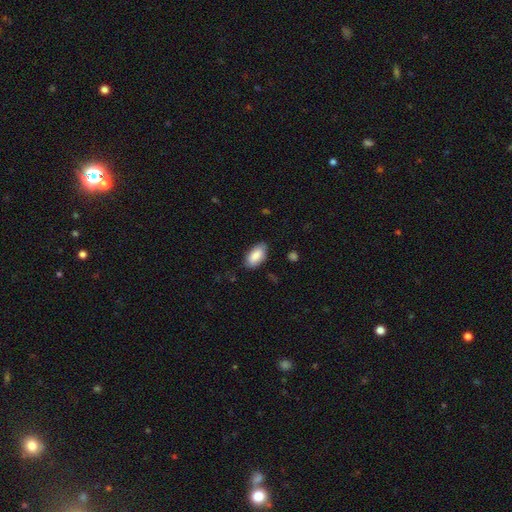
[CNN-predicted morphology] A smooth galaxy with no disk features (88%) that is in between round and cigar-shaped (94%).

Vote fractions:
- Smooth or featured? smooth: 88% / featured or disk: 6% / star or artifact: 6%
- How rounded? in between: 94% / cigar-shaped: 4% / round: 2%
- Merging? none: 81% / minor disturbance: 15% / major disturbance: 3% / merger: 1%